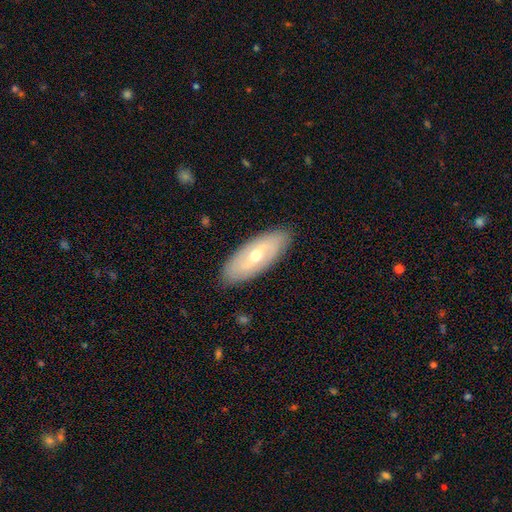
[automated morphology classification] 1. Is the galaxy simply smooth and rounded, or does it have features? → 57% featured or disk, 37% smooth, 6% star or artifact.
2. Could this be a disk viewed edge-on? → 81% no, 19% yes.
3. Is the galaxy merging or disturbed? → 87% none, 9% minor disturbance, 2% major disturbance, 1% merger.